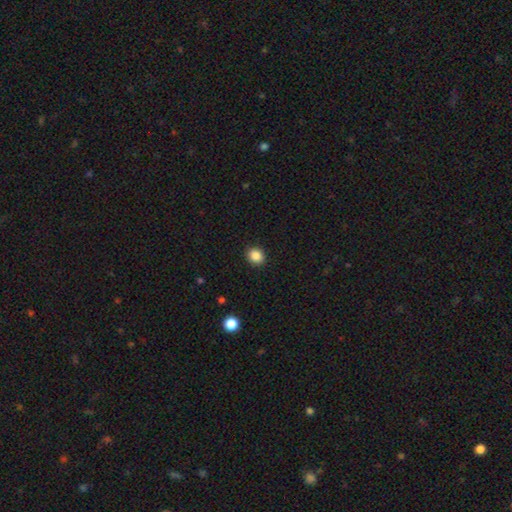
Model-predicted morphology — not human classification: Q: Smooth or featured?
A: smooth (86%); runner-up: star or artifact (10%)
Q: How rounded?
A: round (73%); runner-up: in between (26%)
Q: Merging?
A: none (91%); runner-up: minor disturbance (6%)